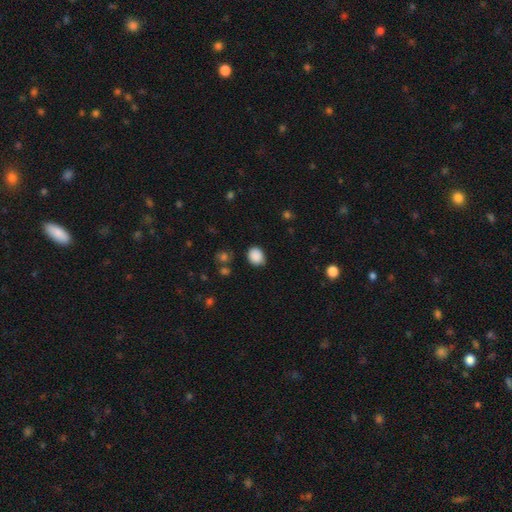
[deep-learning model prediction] smooth_or_featured: smooth (p=0.88) [alt: star or artifact p=0.09]
how_rounded: round (p=0.56) [alt: in between p=0.43]
merging: none (p=0.79) [alt: minor disturbance p=0.16]